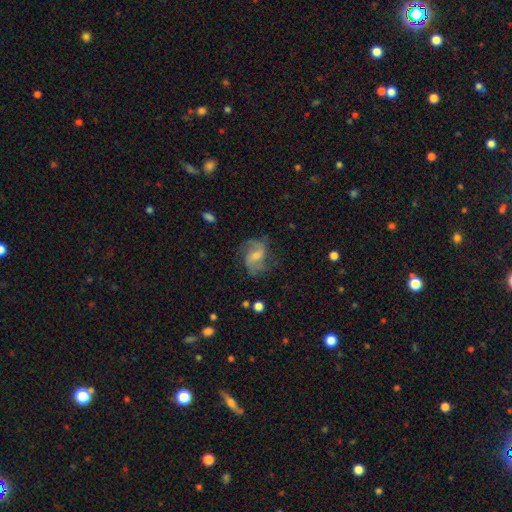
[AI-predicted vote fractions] A featured or disk galaxy (77%) with a weak bar (51%), 2 (79%) medium (46%) spiral arms (94%) and a small central bulge (45%).

Vote fractions:
- Smooth or featured? featured or disk: 77% / smooth: 14% / star or artifact: 9%
- Edge-on disk? no: 97% / yes: 3%
- Bar? weak: 51% / no: 32% / strong: 17%
- Spiral arms? yes: 94% / no: 6%
- Spiral winding? medium: 46% / loose: 38% / tight: 15%
- Spiral arm count? 2: 79% / can't tell: 8% / 3: 6% / 1: 3% / 4: 2% / more than 4: 2%
- Bulge size? small: 45% / moderate: 39% / none: 11% / large: 4% / dominant: 1%
- Merging? none: 72% / minor disturbance: 17% / major disturbance: 9% / merger: 2%